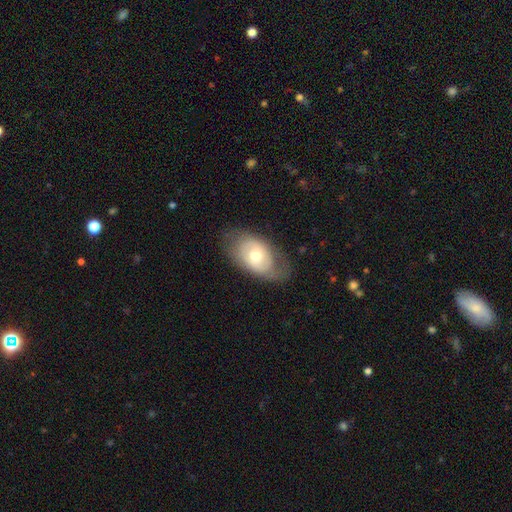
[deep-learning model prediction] This appears to be a smooth galaxy with no disk features (47%, tied with featured or disk). Merging: none (66%).